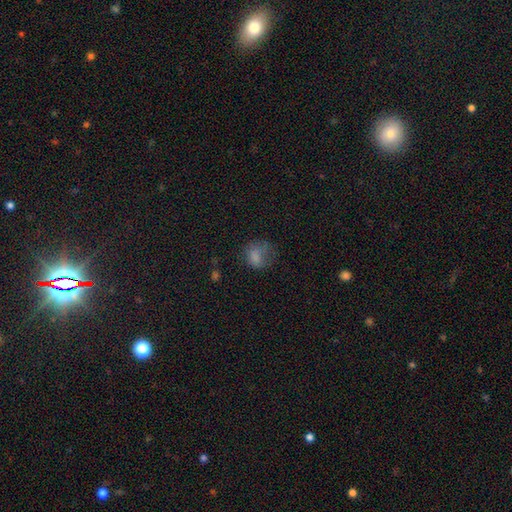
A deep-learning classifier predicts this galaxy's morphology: Smooth or featured: smooth — 74% (star or artifact — 13%)
How rounded: round — 54% (in between — 45%)
Merging: none — 41% (major disturbance — 29%)